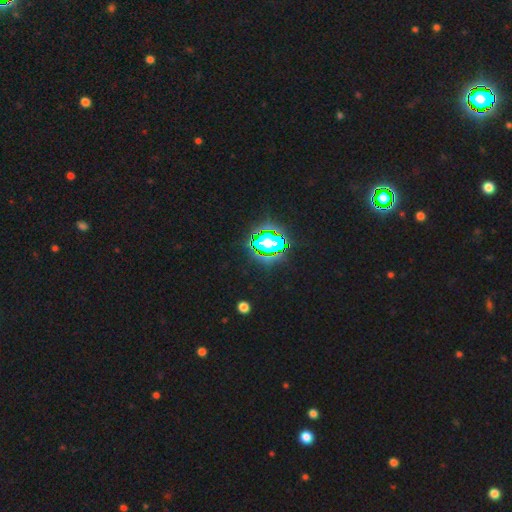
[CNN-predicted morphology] This appears to be a star or artifact, not a galaxy (82%).